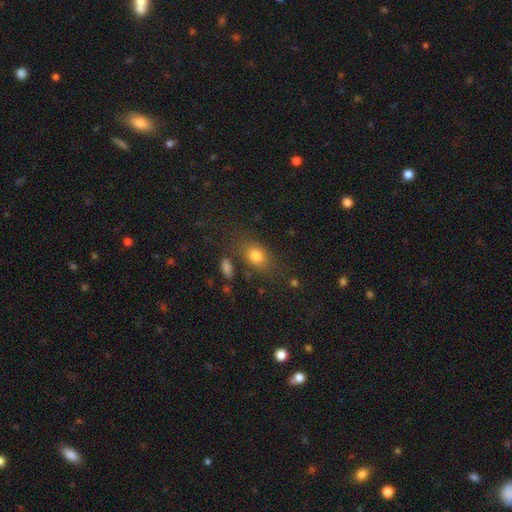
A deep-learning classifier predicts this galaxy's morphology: This appears to be a smooth galaxy with no disk features (78%) that is in between round and cigar-shaped (69%). Merging: none (71%).